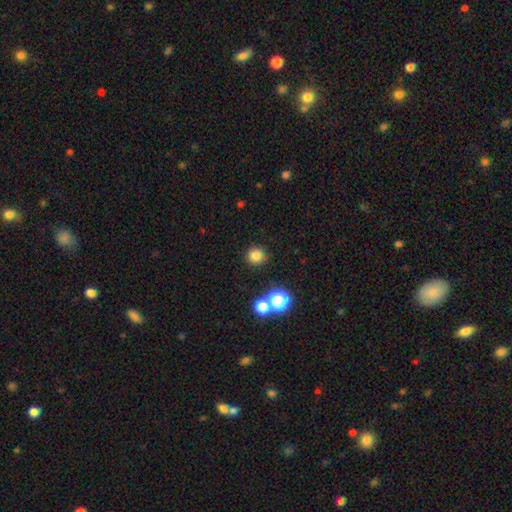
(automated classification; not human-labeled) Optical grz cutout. It shows a smooth galaxy with no disk features (81%) that is round (93%). Merging: none (87%).